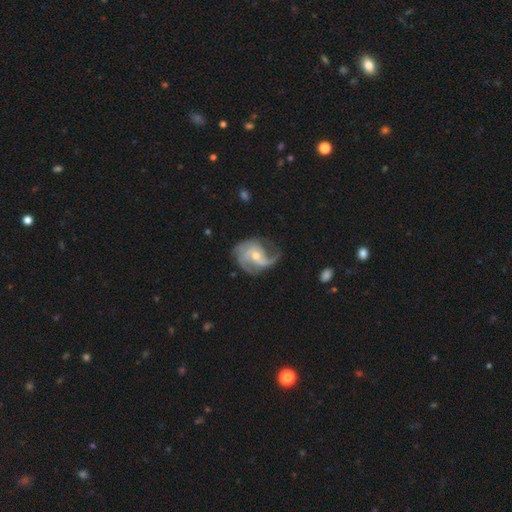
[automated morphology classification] Smooth or featured: featured or disk — 84% (smooth — 10%)
Edge-on disk: no — 98% (yes — 2%)
Bar: no — 49% (weak — 40%)
Spiral arms: yes — 94% (no — 6%)
Spiral winding: medium — 45% (loose — 33%)
Spiral arm count: 2 — 41% (3 — 25%)
Bulge size: moderate — 51% (small — 45%)
Merging: none — 53% (minor disturbance — 24%)